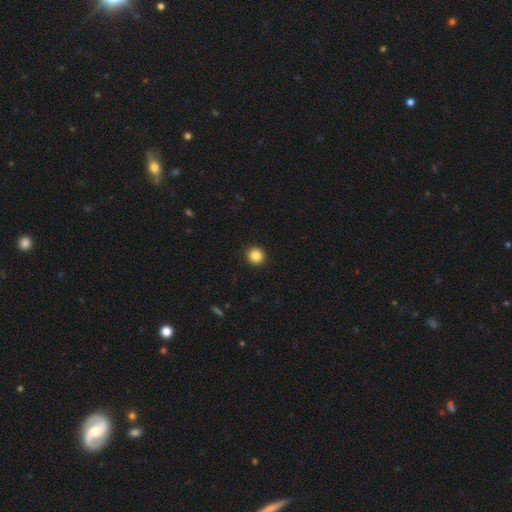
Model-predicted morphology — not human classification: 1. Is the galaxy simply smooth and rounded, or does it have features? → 86% smooth, 10% star or artifact, 4% featured or disk.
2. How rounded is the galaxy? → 94% round, 5% in between, 1% cigar-shaped.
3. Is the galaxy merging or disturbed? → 93% none, 4% minor disturbance, 1% major disturbance, 1% merger.